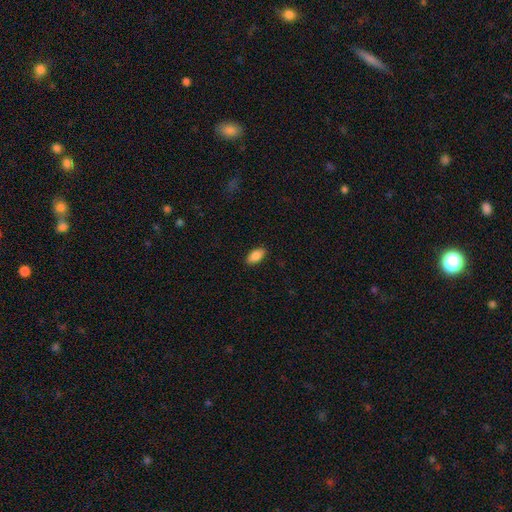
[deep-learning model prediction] Smooth or featured: smooth — 88% (star or artifact — 7%)
How rounded: in between — 92% (cigar-shaped — 6%)
Merging: none — 88% (minor disturbance — 9%)